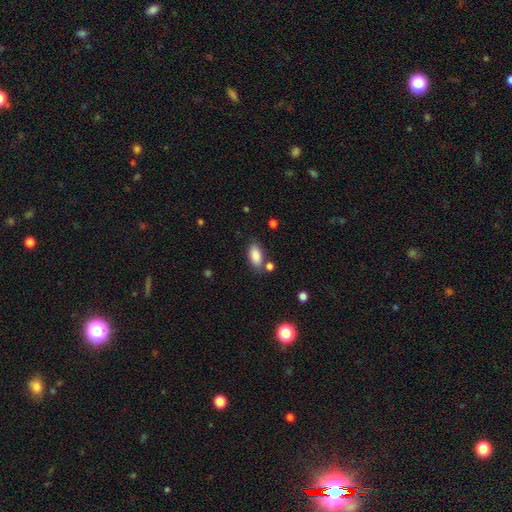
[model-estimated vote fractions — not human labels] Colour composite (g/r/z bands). It shows a smooth galaxy with no disk features (87%) that is in between round and cigar-shaped (91%). Merging: none (74%).